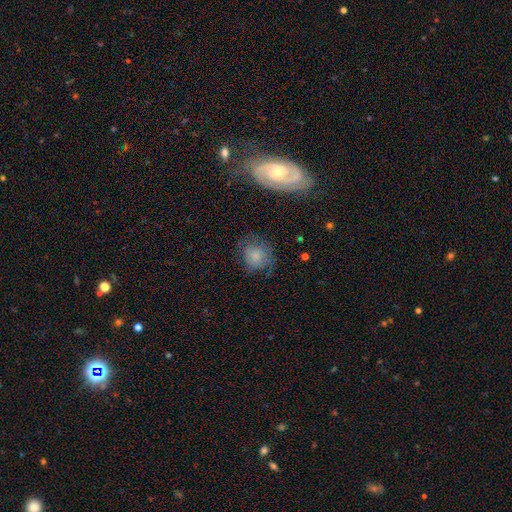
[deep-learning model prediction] Smooth or featured? smooth (69%)
How rounded? round (77%)
Merging? none (58%)